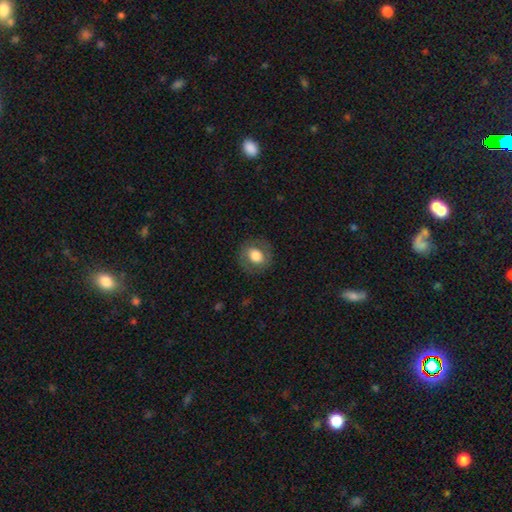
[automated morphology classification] Smooth or featured: smooth — 71% (featured or disk — 21%)
How rounded: round — 75% (in between — 24%)
Merging: none — 84% (minor disturbance — 10%)